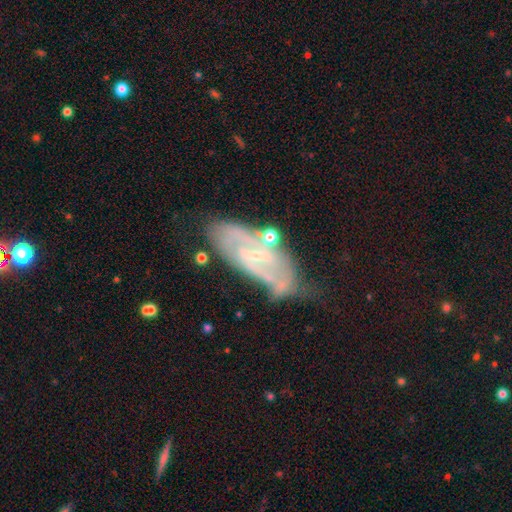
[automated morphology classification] Smooth or featured: featured or disk — 76% (smooth — 16%)
Edge-on disk: no — 88% (yes — 12%)
Bar: strong — 41% (weak — 39%)
Spiral arms: yes — 75% (no — 25%)
Bulge size: small — 70% (moderate — 16%)
Merging: none — 49% (minor disturbance — 26%)